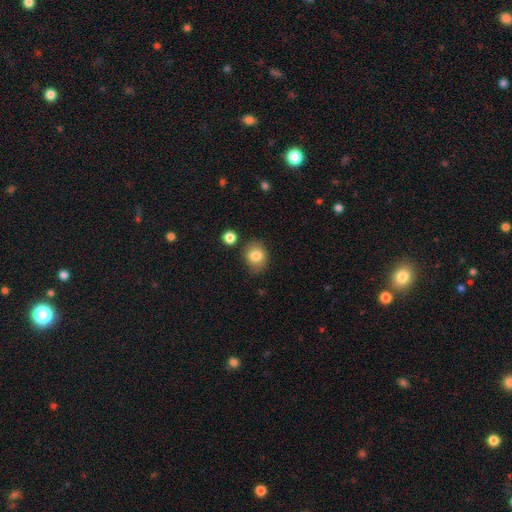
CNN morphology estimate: smooth 82%, star or artifact 10%, featured or disk 9%. Down the decision tree: how rounded — round (64%); merging — none (78%).